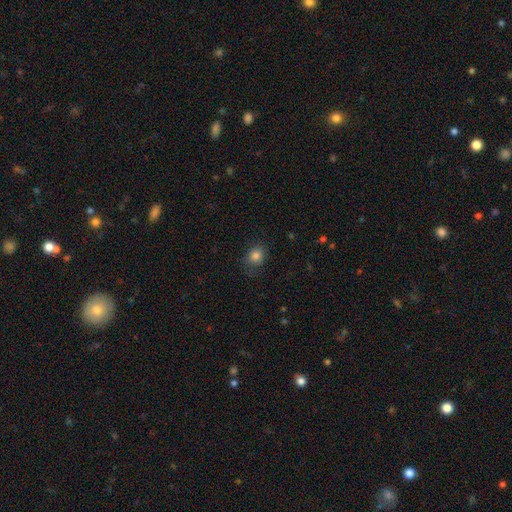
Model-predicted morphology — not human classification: A smooth galaxy with no disk features (83%) that is round (67%).

Vote fractions:
- Smooth or featured? smooth: 83% / star or artifact: 12% / featured or disk: 6%
- How rounded? round: 67% / in between: 32% / cigar-shaped: 1%
- Merging? none: 76% / minor disturbance: 17% / major disturbance: 6% / merger: 1%